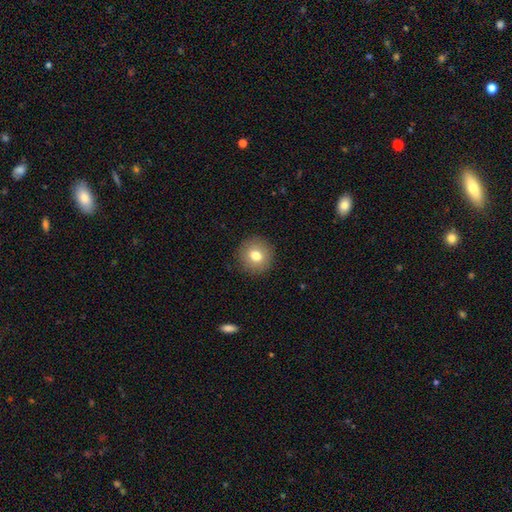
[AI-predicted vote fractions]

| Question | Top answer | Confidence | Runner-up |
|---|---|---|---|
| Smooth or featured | smooth | 77% | featured or disk (13%) |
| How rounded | round | 92% | in between (7%) |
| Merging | none | 91% | minor disturbance (6%) |